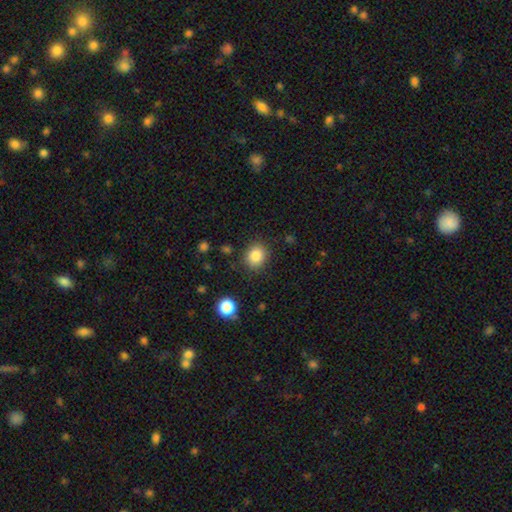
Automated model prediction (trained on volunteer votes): smooth_or_featured: smooth (p=0.85) [alt: star or artifact p=0.10]
how_rounded: round (p=0.71) [alt: in between p=0.28]
merging: none (p=0.85) [alt: minor disturbance p=0.10]